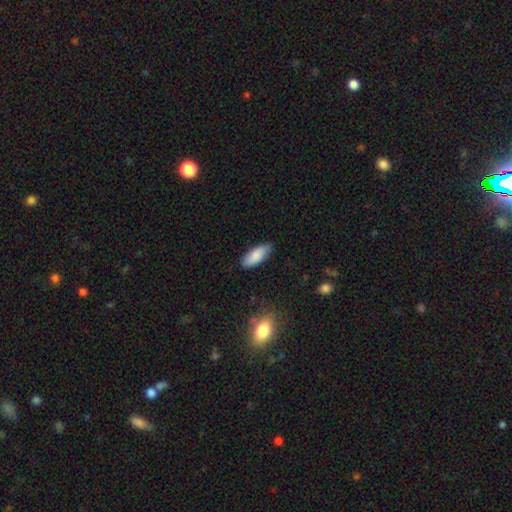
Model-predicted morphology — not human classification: Q: Smooth or featured?
A: smooth (85%); runner-up: featured or disk (9%)
Q: How rounded?
A: in between (78%); runner-up: cigar-shaped (21%)
Q: Merging?
A: none (84%); runner-up: minor disturbance (12%)